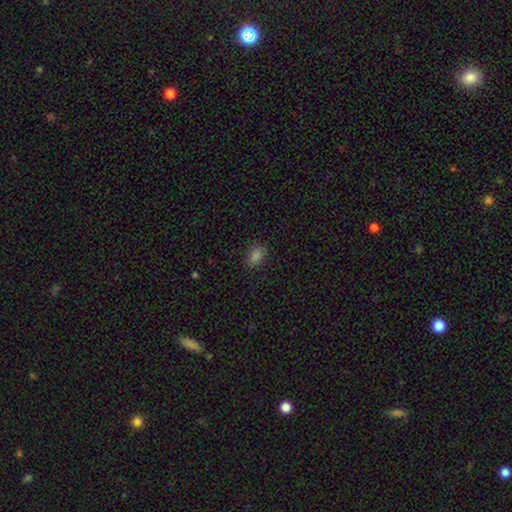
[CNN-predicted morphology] The model was most divided on "how rounded": in between: 80%, round: 18%, cigar-shaped: 2%. More confident: merging — none (85%); smooth or featured — smooth (80%).